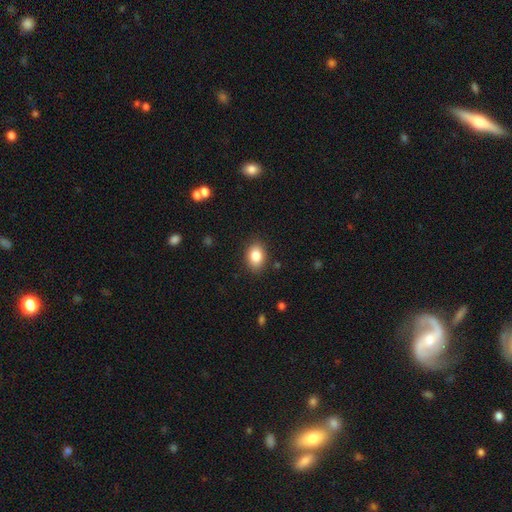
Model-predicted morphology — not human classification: A smooth galaxy with no disk features (85%) that is in between round and cigar-shaped (78%).

Vote fractions:
- Smooth or featured? smooth: 85% / star or artifact: 8% / featured or disk: 7%
- How rounded? in between: 78% / round: 21% / cigar-shaped: 1%
- Merging? none: 87% / minor disturbance: 10% / major disturbance: 2% / merger: 1%